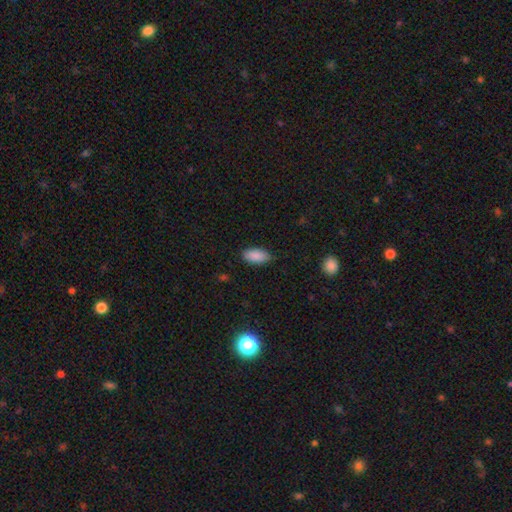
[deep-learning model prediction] Morphology: type=smooth (89%); roundness=in between (92%); merging=none (83%).